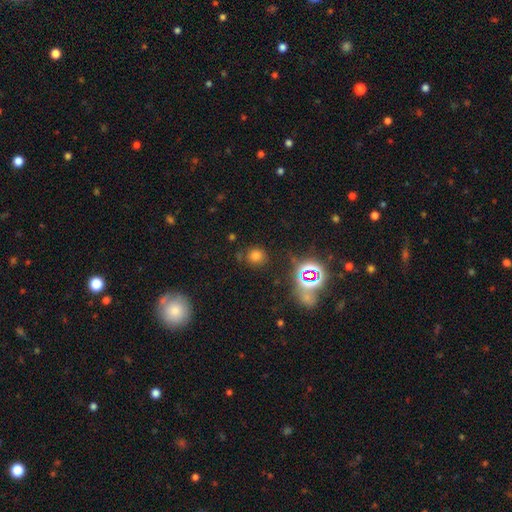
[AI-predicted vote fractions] Smooth or featured? smooth (65%)
How rounded? round (83%)
Merging? none (80%)